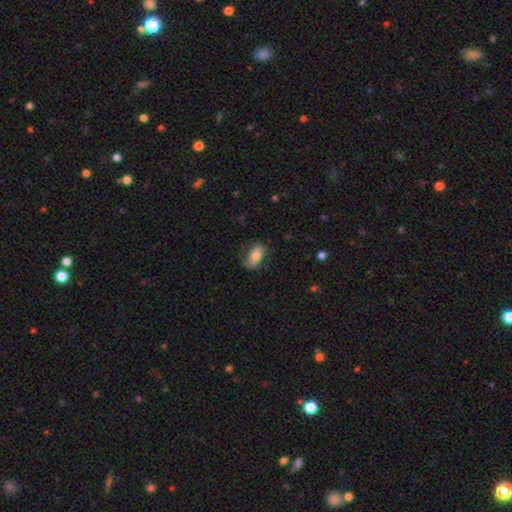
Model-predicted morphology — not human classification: This is likely a smooth galaxy (72%). How rounded: clearly in between (88%). Merging: likely none (68%).